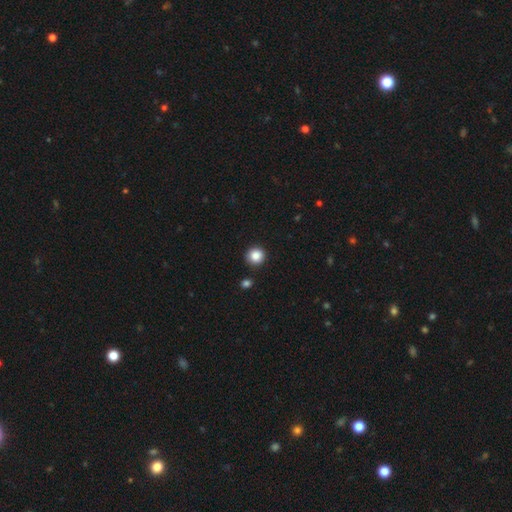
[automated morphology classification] Q: Smooth or featured?
A: smooth (86%); runner-up: star or artifact (10%)
Q: How rounded?
A: round (94%); runner-up: in between (5%)
Q: Merging?
A: none (90%); runner-up: minor disturbance (6%)